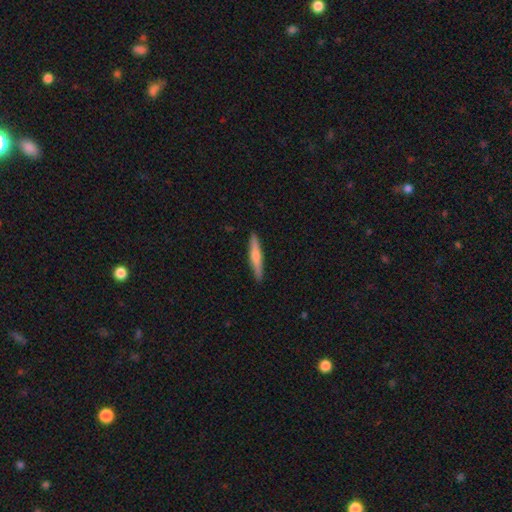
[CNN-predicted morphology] Overall: featured or disk (49%; smooth 45%). Merging: none (91%).